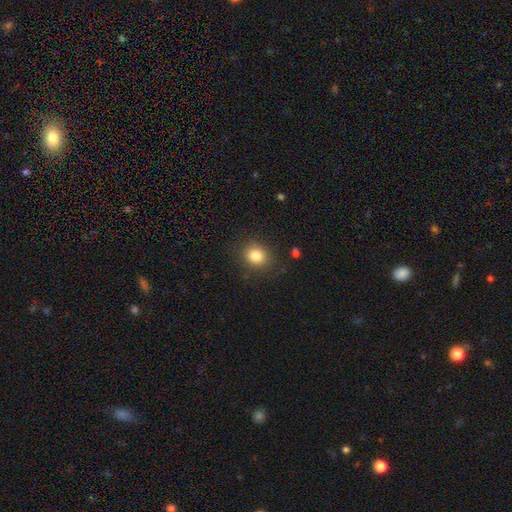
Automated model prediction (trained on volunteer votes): Q: Smooth or featured?
A: smooth (83%); runner-up: star or artifact (11%)
Q: How rounded?
A: round (73%); runner-up: in between (26%)
Q: Merging?
A: none (85%); runner-up: minor disturbance (10%)